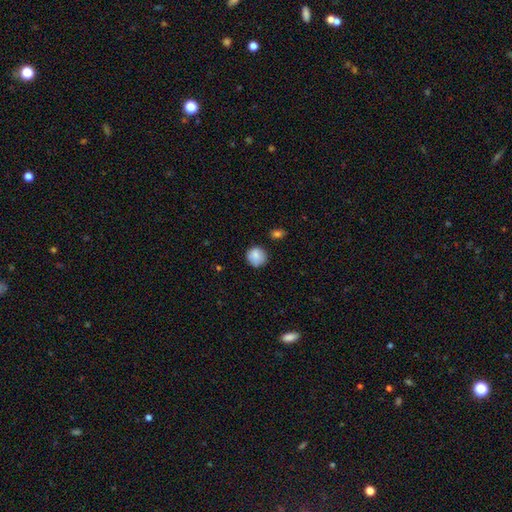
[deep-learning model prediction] A smooth galaxy with no disk features (84%) that is round (90%). Merging: none (81%).